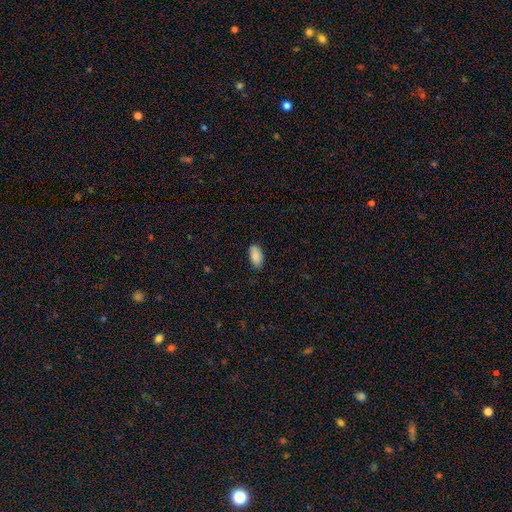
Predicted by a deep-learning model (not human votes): This appears to be a smooth galaxy with no disk features (87%) that is in between round and cigar-shaped (93%). Merging: none (82%).